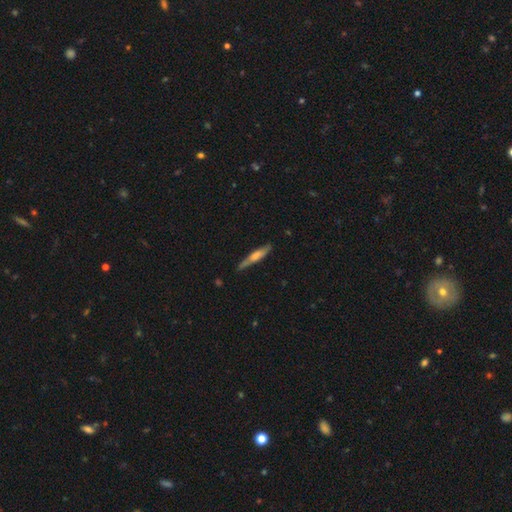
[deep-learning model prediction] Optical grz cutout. It shows a featured or disk galaxy (53%) viewed edge-on (91%). Merging: none (78%).